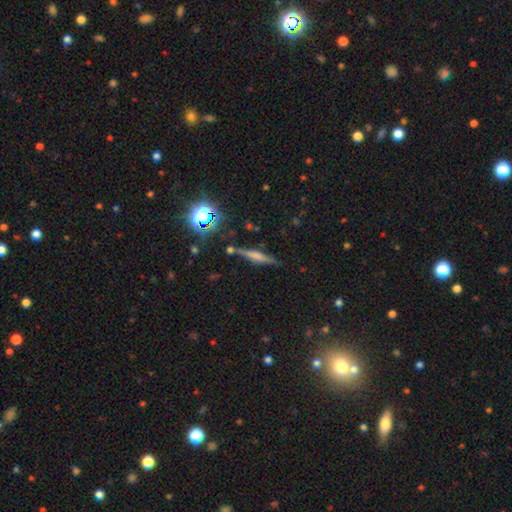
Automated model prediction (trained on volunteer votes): Q: Smooth or featured?
A: featured or disk (49%); runner-up: smooth (37%)
Q: Merging?
A: none (80%); runner-up: minor disturbance (12%)